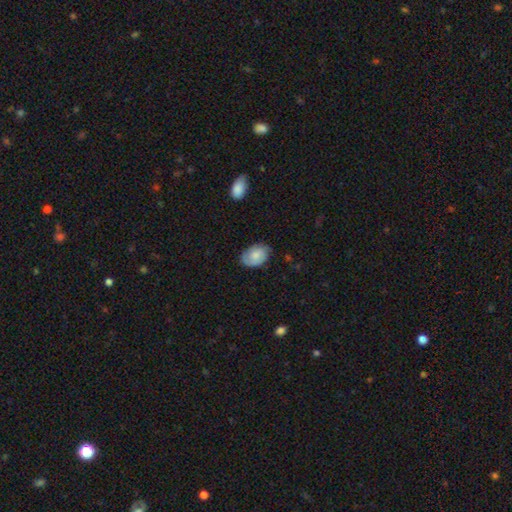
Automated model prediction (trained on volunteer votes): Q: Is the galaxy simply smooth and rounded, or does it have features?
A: smooth — 64%.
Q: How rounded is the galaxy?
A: in between — 84%.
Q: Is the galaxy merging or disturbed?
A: none — 71%.